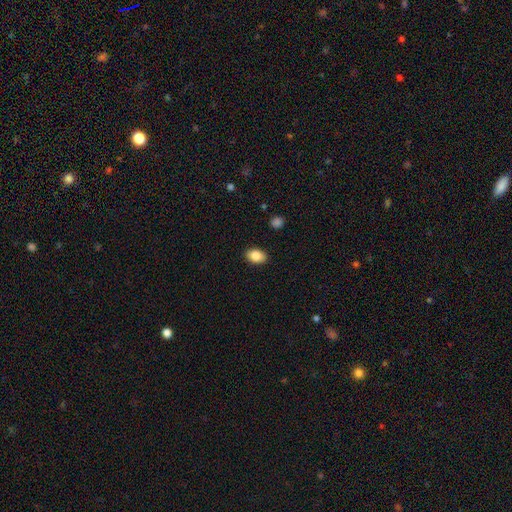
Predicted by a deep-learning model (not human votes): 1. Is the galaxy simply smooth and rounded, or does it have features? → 86% smooth, 8% star or artifact, 6% featured or disk.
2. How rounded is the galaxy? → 83% in between, 16% round, 1% cigar-shaped.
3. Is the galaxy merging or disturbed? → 89% none, 8% minor disturbance, 2% major disturbance, 1% merger.